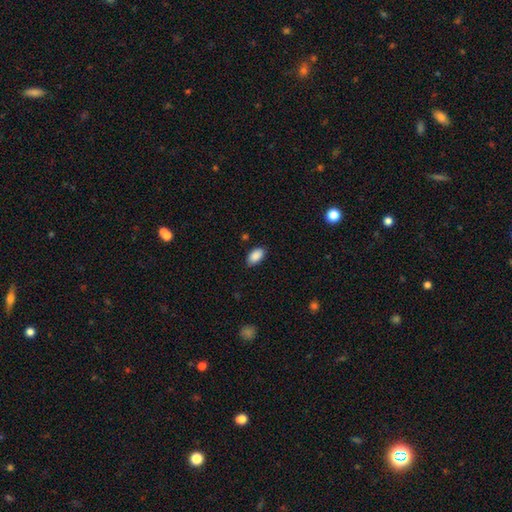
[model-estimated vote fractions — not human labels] The model was most divided on "merging": none: 86%, minor disturbance: 11%, major disturbance: 2%, merger: 1%. More confident: how rounded — in between (94%); smooth or featured — smooth (89%).